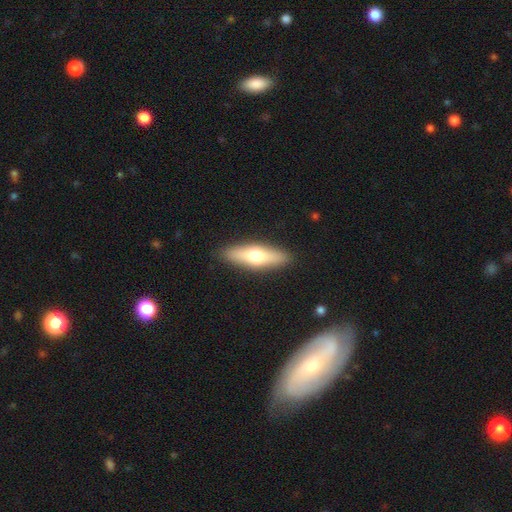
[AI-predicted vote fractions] A smooth galaxy with no disk features (58%) that is cigar-shaped (54%). Merging: none (89%).